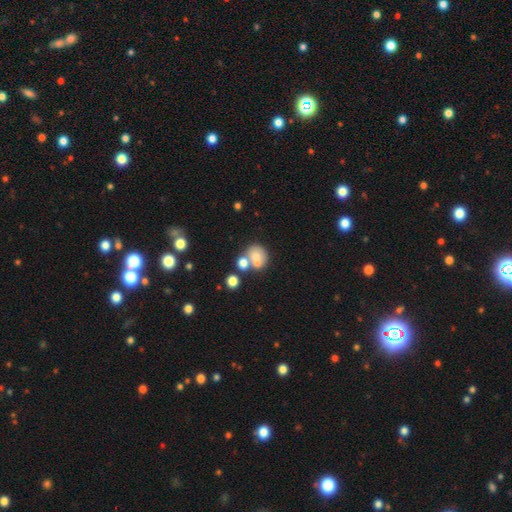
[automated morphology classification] smooth-or-featured: smooth: 67% | featured or disk: 20% | star or artifact: 12%
  how-rounded: round: 69% | in between: 30% | cigar-shaped: 1%
  merging: merger: 46% | none: 35% | minor disturbance: 11% | major disturbance: 7%